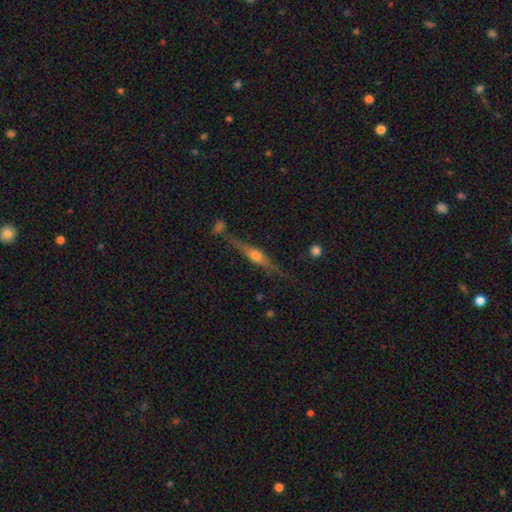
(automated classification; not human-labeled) Overall: featured or disk (65%; smooth 26%). Edge-on disk: yes (94%). Edge-on bulge: rounded (86%). Merging: none (72%).